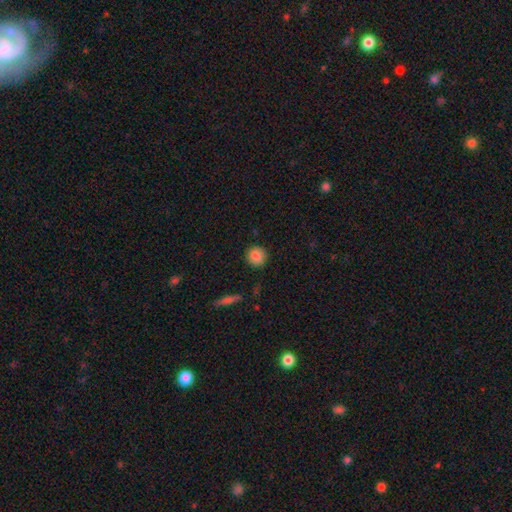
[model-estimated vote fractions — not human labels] This is clearly a smooth galaxy (85%). How rounded: clearly round (92%). Merging: clearly none (90%).